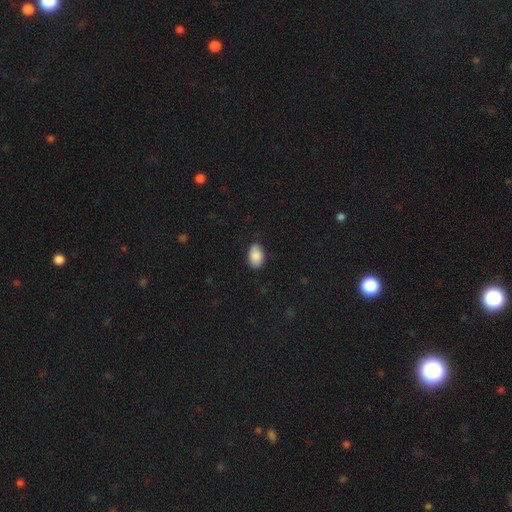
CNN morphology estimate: Q: Smooth or featured?
A: smooth (88%); runner-up: star or artifact (7%)
Q: How rounded?
A: in between (90%); runner-up: round (9%)
Q: Merging?
A: none (79%); runner-up: minor disturbance (17%)